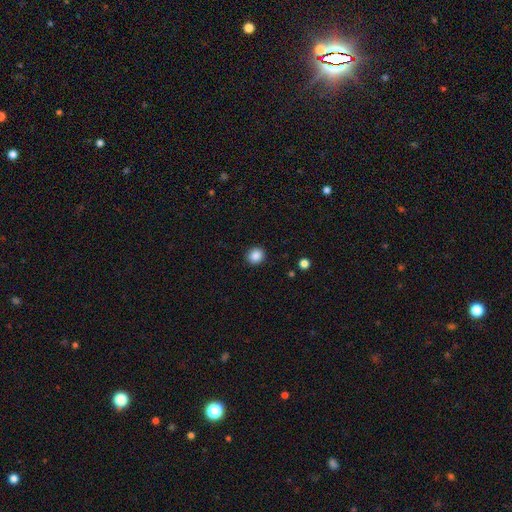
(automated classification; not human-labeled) A smooth galaxy with no disk features (87%) that is round (84%). Merging: none (91%).